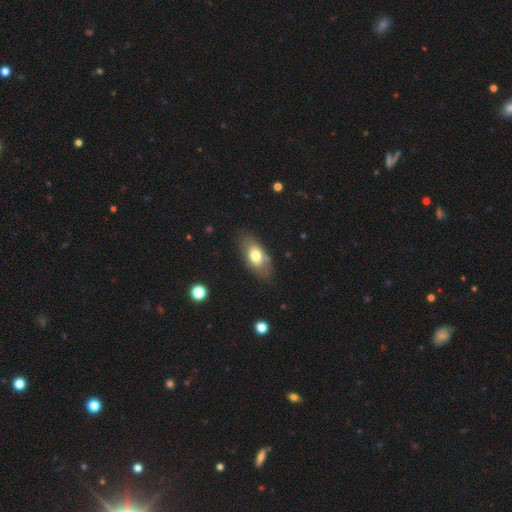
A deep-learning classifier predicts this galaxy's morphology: Smooth or featured?
  - smooth: 70% *
  - featured or disk: 23%
  - star or artifact: 7%
How rounded?
  - in between: 87% *
  - cigar-shaped: 7%
  - round: 6%
Merging?
  - none: 74% *
  - minor disturbance: 18%
  - major disturbance: 5%
  - merger: 2%